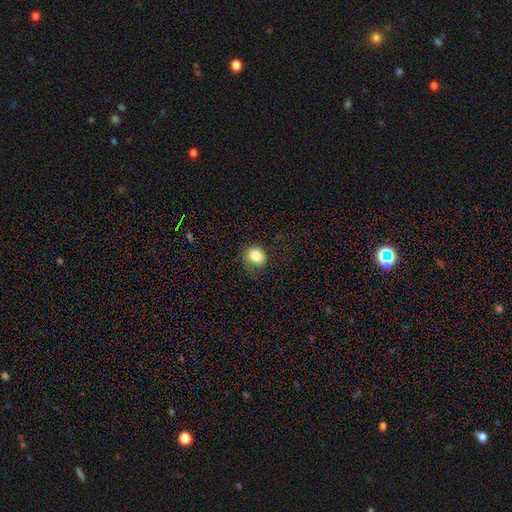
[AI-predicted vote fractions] smooth_or_featured: smooth (p=0.83) [alt: star or artifact p=0.10]
how_rounded: round (p=0.65) [alt: in between p=0.35]
merging: none (p=0.72) [alt: minor disturbance p=0.20]